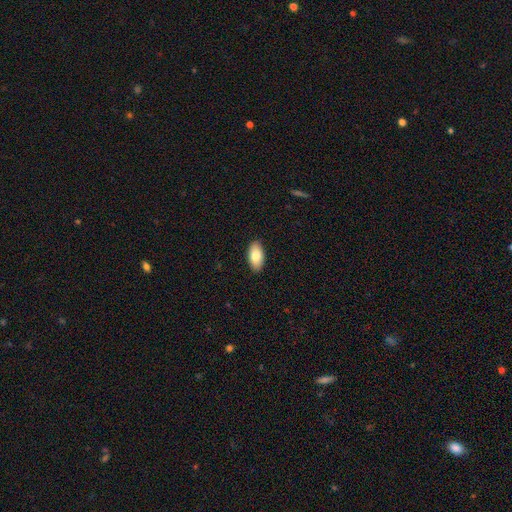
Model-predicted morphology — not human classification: The model was most divided on "smooth or featured": smooth: 81%, featured or disk: 12%, star or artifact: 6%. More confident: how rounded — in between (94%); merging — none (89%).